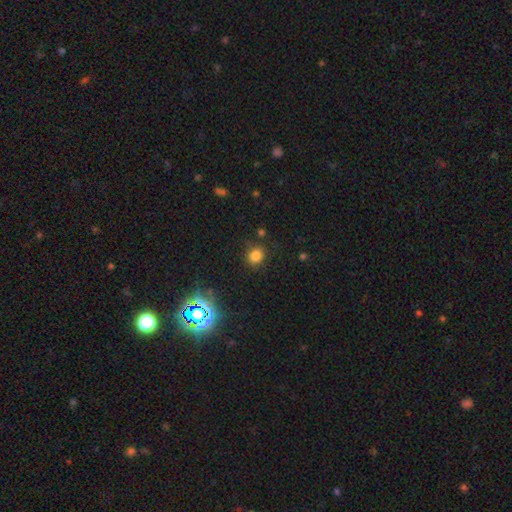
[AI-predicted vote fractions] Morphology: type=smooth (78%); roundness=round (69%); merging=none (84%).